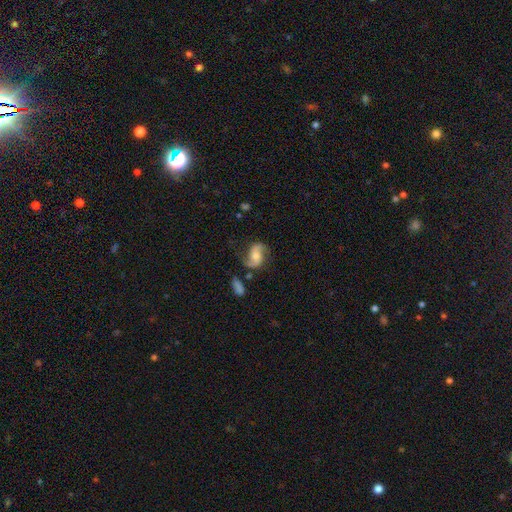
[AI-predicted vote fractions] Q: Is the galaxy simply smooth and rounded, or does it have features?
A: featured or disk — 82%.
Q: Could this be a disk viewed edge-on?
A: no — 97%.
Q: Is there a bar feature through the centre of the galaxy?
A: no — 52%.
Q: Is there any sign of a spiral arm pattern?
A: yes — 96%.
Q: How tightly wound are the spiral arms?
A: loose — 49%.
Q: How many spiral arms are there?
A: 2 — 93%.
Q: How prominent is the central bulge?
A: moderate — 53%.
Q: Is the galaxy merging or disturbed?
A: none — 71%.